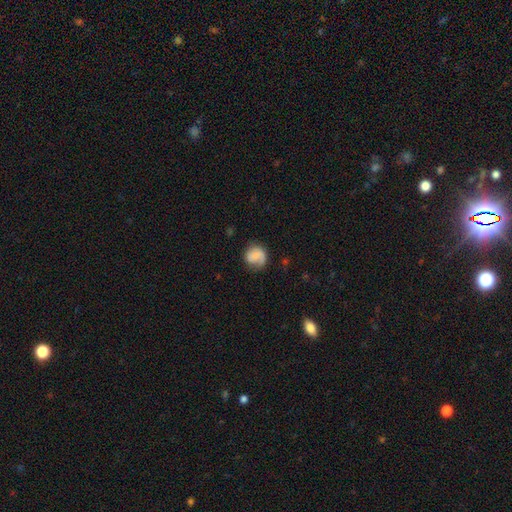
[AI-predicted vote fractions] Overall: smooth (61%; featured or disk 31%). How rounded: round (77%). Merging: none (60%; minor disturbance 24%).